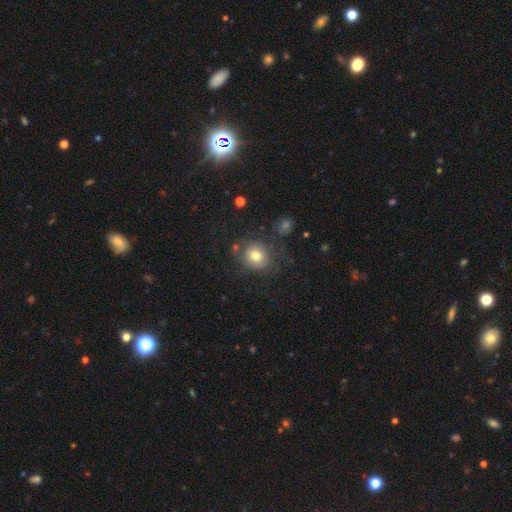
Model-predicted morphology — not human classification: A smooth galaxy with no disk features (73%) that is round (81%). Merging: none (69%).